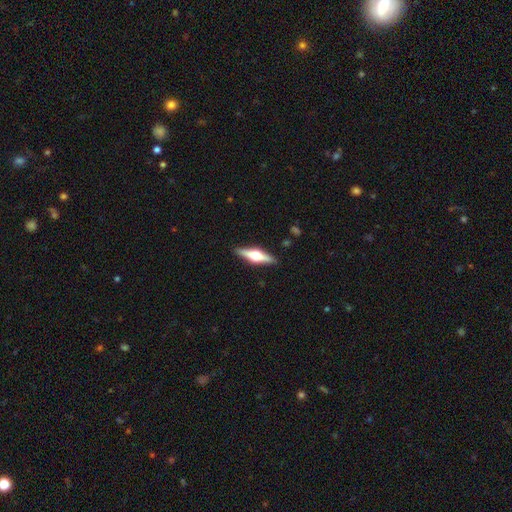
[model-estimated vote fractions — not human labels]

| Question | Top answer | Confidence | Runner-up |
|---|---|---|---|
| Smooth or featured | featured or disk | 68% | smooth (27%) |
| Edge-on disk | yes | 97% | no (3%) |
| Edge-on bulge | rounded | 95% | boxy (3%) |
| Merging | none | 90% | minor disturbance (7%) |